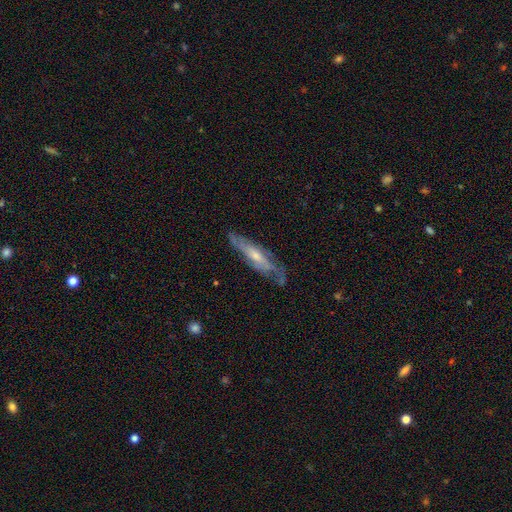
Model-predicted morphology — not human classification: Smooth or featured: featured or disk — 71% (smooth — 22%)
Edge-on disk: no — 51% (yes — 49%)
Merging: none — 69% (minor disturbance — 22%)